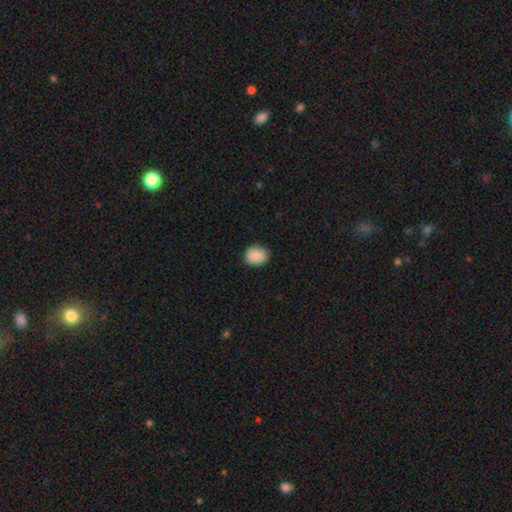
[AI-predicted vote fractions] Smooth or featured?
  - smooth: 89% *
  - star or artifact: 7%
  - featured or disk: 4%
How rounded?
  - round: 67% *
  - in between: 32%
  - cigar-shaped: 1%
Merging?
  - none: 87% *
  - minor disturbance: 10%
  - major disturbance: 2%
  - merger: 1%